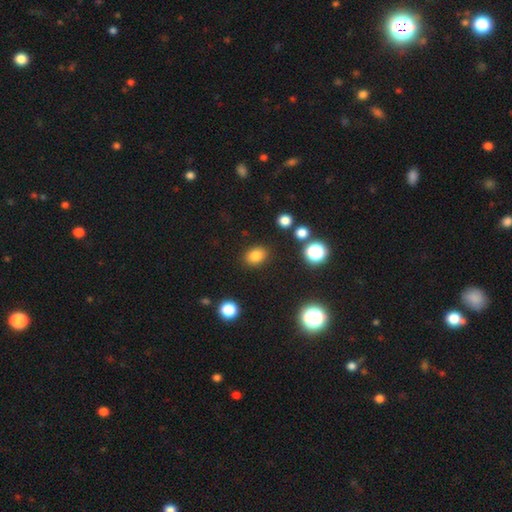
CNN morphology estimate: type=smooth (81%); roundness=in between (59%); merging=none (86%).